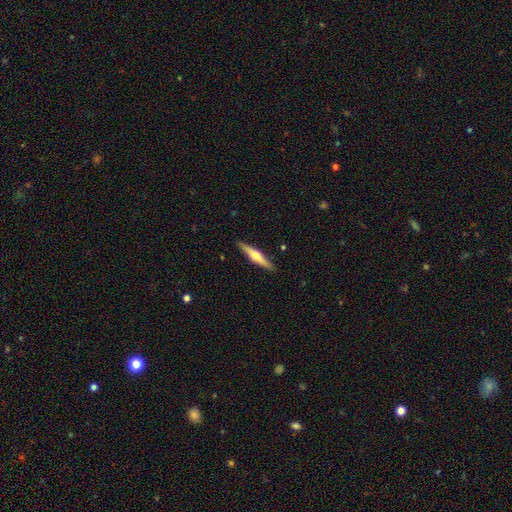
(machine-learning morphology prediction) Overall: featured or disk (59%; smooth 35%). Edge-on disk: yes (96%). Edge-on bulge: rounded (91%). Merging: none (90%).